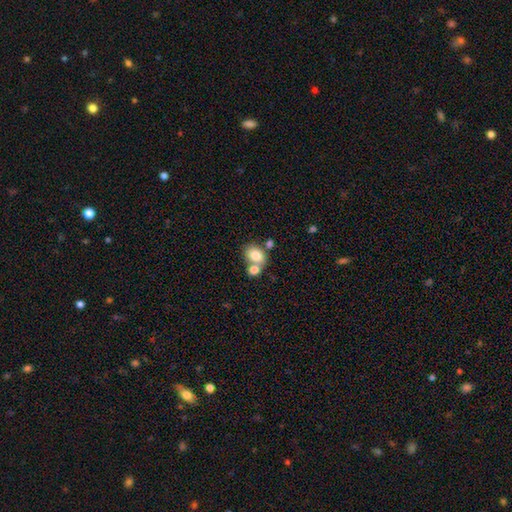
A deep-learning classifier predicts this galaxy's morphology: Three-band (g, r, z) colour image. It shows a smooth galaxy with no disk features (78%) that is in between round and cigar-shaped (68%). Merging: merger (48%).